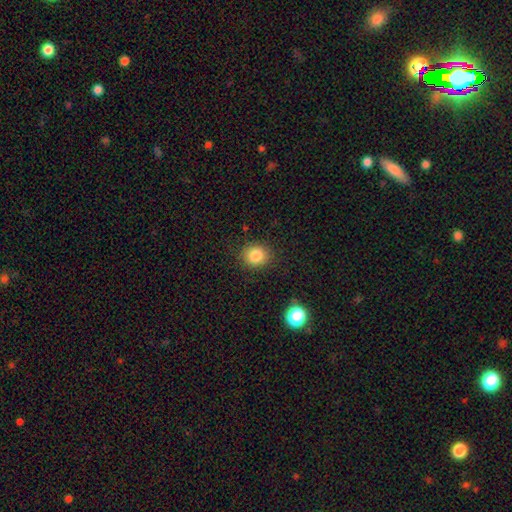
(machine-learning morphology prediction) smooth 84%, star or artifact 10%, featured or disk 6%. Down the decision tree: how rounded — round (79%); merging — none (87%).